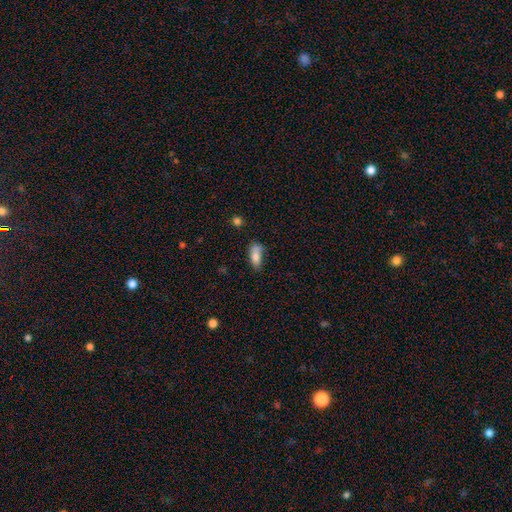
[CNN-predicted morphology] A smooth galaxy with no disk features (79%) that is in between round and cigar-shaped (77%).

Vote fractions:
- Smooth or featured? smooth: 79% / featured or disk: 12% / star or artifact: 9%
- How rounded? in between: 77% / cigar-shaped: 19% / round: 4%
- Merging? none: 50% / minor disturbance: 30% / major disturbance: 10% / merger: 10%